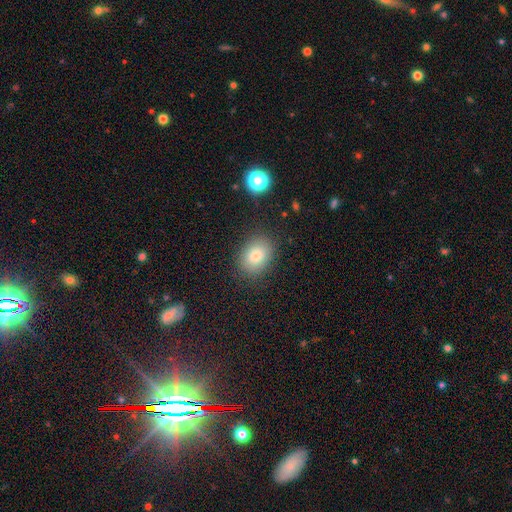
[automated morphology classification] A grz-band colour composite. It shows a smooth galaxy with no disk features (82%) that is in between round and cigar-shaped (67%). Merging: none (84%).